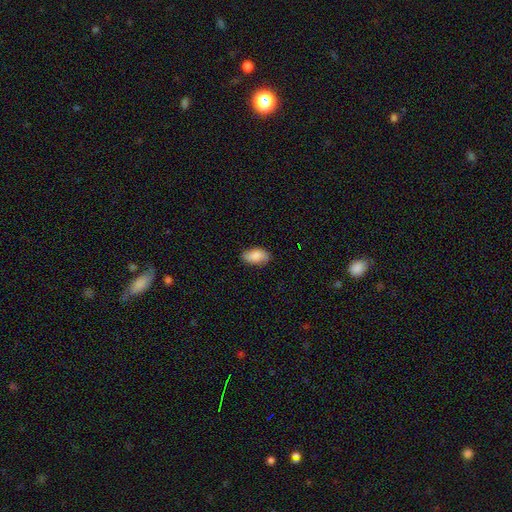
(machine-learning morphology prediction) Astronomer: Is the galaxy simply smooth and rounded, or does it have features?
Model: smooth — 85%.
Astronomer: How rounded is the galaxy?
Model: in between — 94%.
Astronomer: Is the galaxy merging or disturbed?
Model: none — 85%.